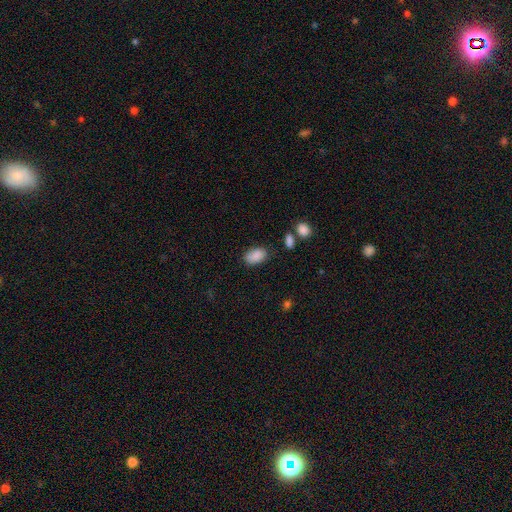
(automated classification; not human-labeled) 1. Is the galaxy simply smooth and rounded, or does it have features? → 88% smooth, 8% star or artifact, 4% featured or disk.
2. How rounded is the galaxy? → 92% in between, 7% round, 2% cigar-shaped.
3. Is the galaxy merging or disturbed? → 77% none, 16% minor disturbance, 4% major disturbance, 4% merger.